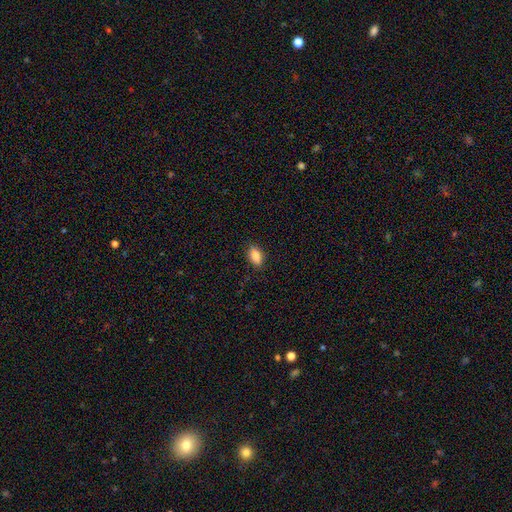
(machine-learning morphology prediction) Overall: smooth (82%). How rounded: in between (85%). Merging: none (85%).